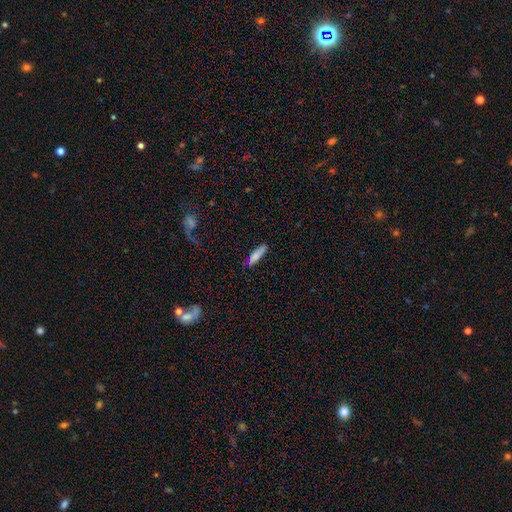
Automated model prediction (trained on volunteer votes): Overall: smooth (82%). How rounded: cigar-shaped (72%). Merging: none (78%).